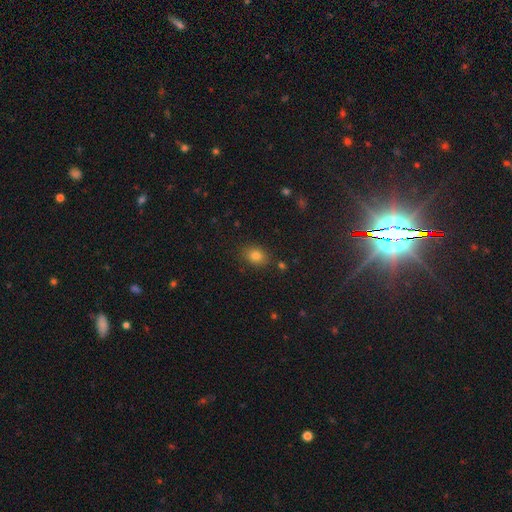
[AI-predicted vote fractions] Q: Smooth or featured?
A: smooth (80%); runner-up: star or artifact (12%)
Q: How rounded?
A: in between (64%); runner-up: round (35%)
Q: Merging?
A: none (84%); runner-up: minor disturbance (11%)